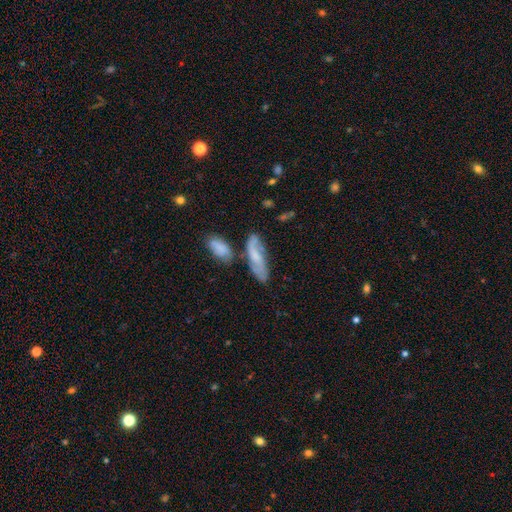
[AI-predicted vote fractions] smooth-or-featured: featured or disk: 55% | smooth: 37% | star or artifact: 8%
  disk-edge-on: no: 81% | yes: 19%
  merging: none: 59% | minor disturbance: 19% | merger: 15% | major disturbance: 7%